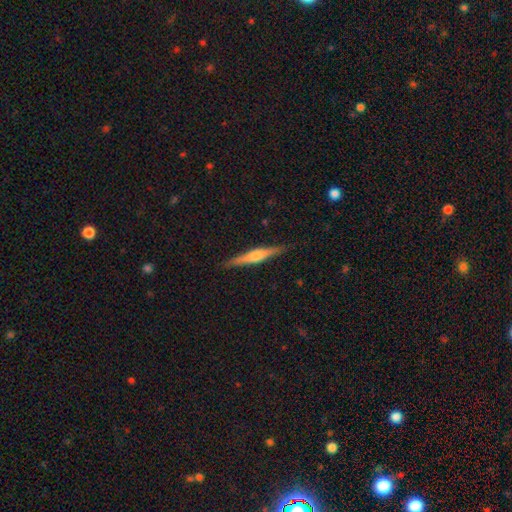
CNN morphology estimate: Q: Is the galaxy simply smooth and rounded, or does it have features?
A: featured or disk — 63%.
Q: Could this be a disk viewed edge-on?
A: yes — 97%.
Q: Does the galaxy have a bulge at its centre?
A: rounded — 75%.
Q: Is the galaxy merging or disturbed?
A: none — 90%.